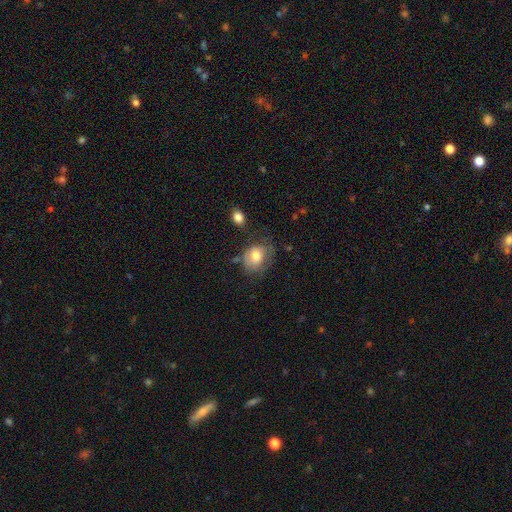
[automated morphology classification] type=smooth (71%); roundness=round (53%); merging=none (52%).